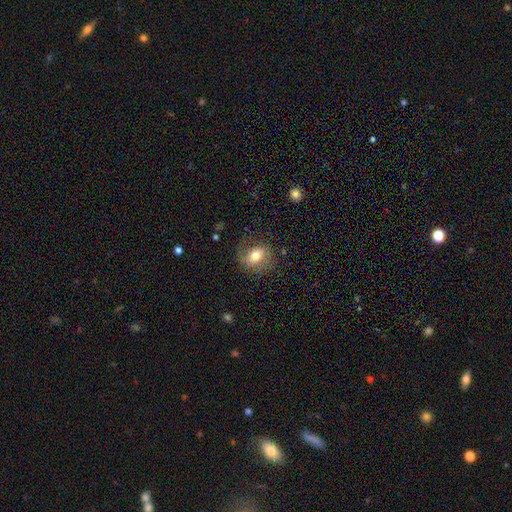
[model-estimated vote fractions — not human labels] A smooth galaxy with no disk features (62%) that is in between round and cigar-shaped (52%). Merging: none (72%).